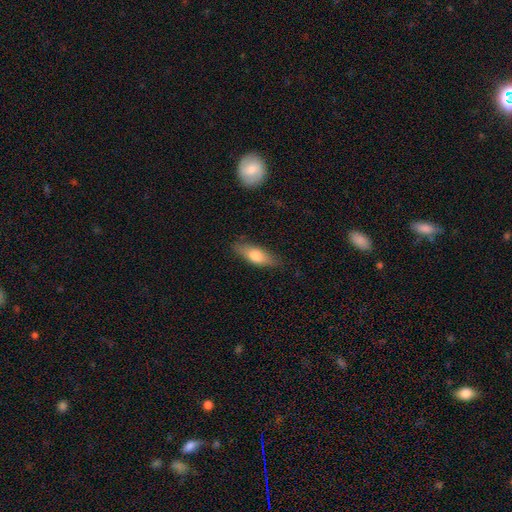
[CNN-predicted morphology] This appears to be a smooth galaxy with no disk features (70%) that is in between round and cigar-shaped (62%). Merging: none (82%).